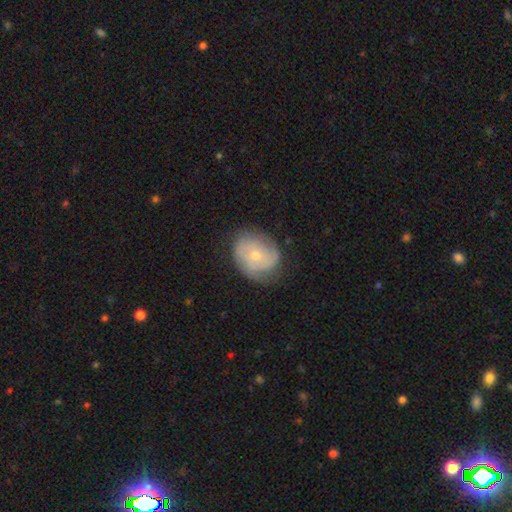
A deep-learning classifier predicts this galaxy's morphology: Smooth or featured: featured or disk — 63% (smooth — 30%)
Edge-on disk: no — 97% (yes — 3%)
Bar: no — 79% (weak — 18%)
Spiral arms: yes — 84% (no — 16%)
Spiral winding: tight — 57% (medium — 31%)
Spiral arm count: 2 — 43% (can't tell — 30%)
Bulge size: small — 52% (moderate — 44%)
Merging: none — 69% (minor disturbance — 22%)